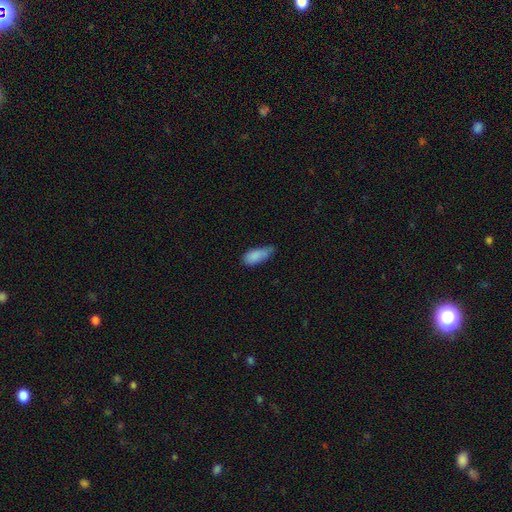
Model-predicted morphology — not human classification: Smooth or featured? smooth (84%)
How rounded? in between (83%)
Merging? minor disturbance (43%)